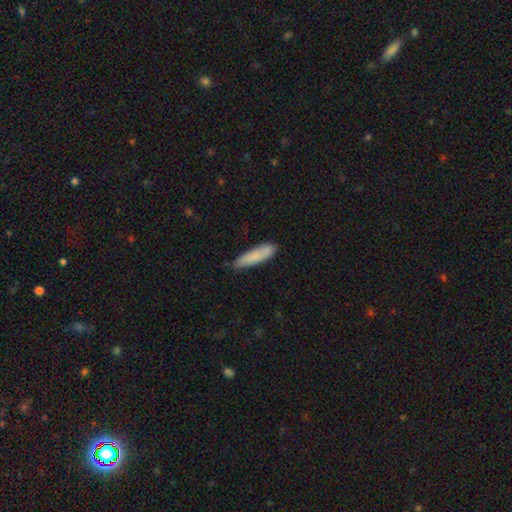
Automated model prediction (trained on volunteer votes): A smooth galaxy with no disk features (82%) that is cigar-shaped (72%). Merging: none (75%).